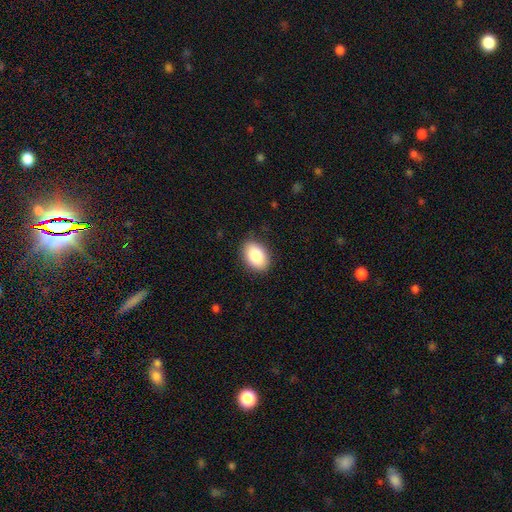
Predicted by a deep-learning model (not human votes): A smooth galaxy with no disk features (86%) that is in between round and cigar-shaped (86%). Merging: none (86%).